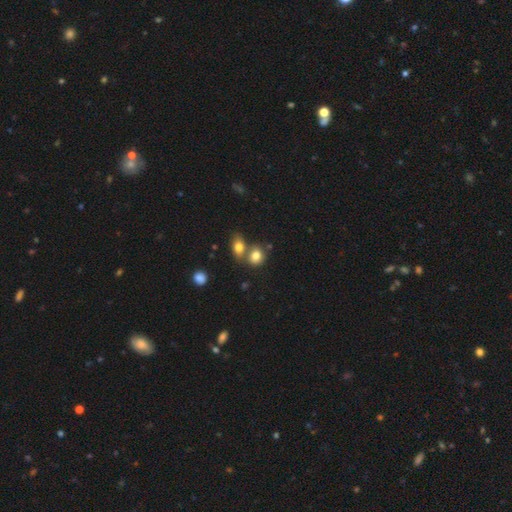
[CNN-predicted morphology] smooth-or-featured: smooth: 80% | star or artifact: 10% | featured or disk: 9%
  how-rounded: round: 50% | in between: 48% | cigar-shaped: 2%
  merging: none: 45% | merger: 42% | minor disturbance: 10% | major disturbance: 3%